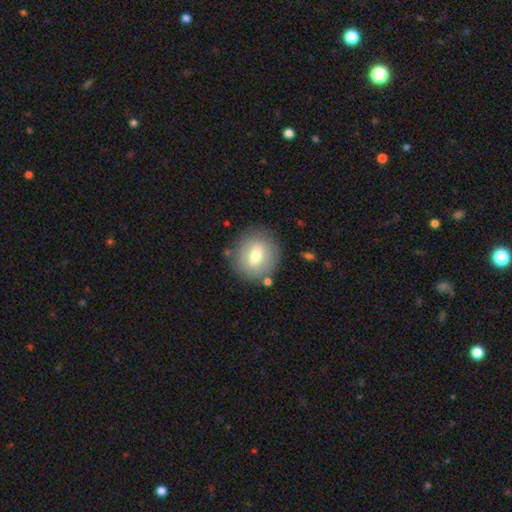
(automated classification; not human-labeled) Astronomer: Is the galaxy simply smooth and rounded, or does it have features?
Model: smooth — 65%.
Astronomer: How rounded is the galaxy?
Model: round — 79%.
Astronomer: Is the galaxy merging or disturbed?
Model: none — 83%.